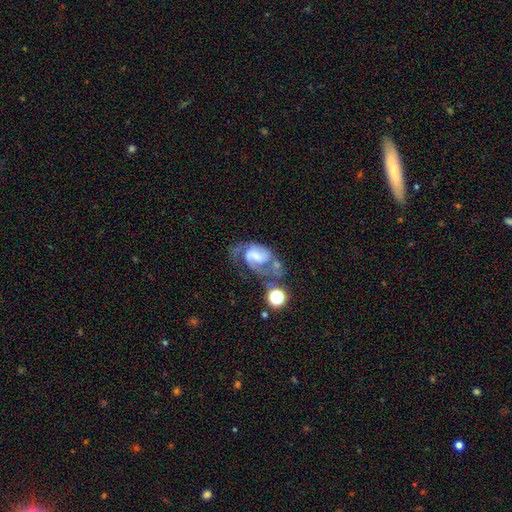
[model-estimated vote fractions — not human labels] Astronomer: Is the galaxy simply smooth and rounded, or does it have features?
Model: featured or disk — 72%.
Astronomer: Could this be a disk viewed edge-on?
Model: no — 97%.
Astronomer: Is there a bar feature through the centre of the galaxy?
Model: no — 43% (runner-up: weak, 42%).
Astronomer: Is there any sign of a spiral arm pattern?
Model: yes — 88%.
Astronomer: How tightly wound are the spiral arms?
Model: medium — 47% (runner-up: tight, 27%).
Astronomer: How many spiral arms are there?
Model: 2 — 61%.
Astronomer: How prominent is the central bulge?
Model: small — 33% (runner-up: none, 31%).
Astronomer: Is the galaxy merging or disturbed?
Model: major disturbance — 35% (runner-up: none, 24%).